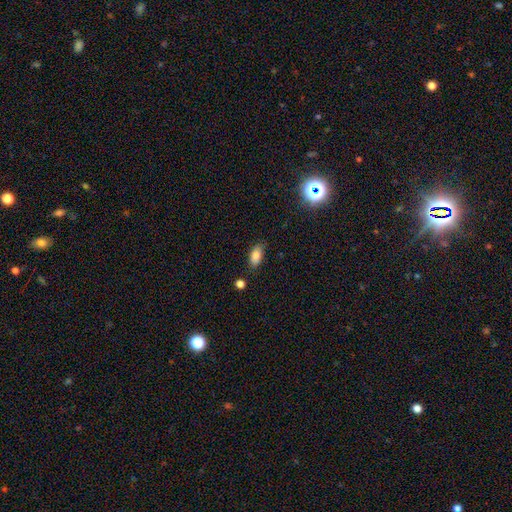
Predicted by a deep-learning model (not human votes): Overall: smooth (82%). How rounded: in between (90%). Merging: none (76%).